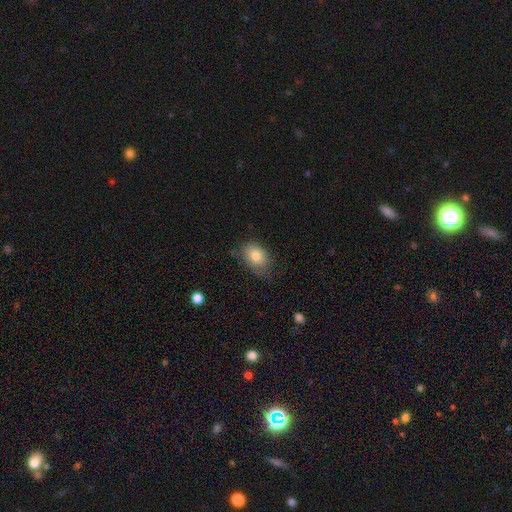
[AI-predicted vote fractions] A smooth galaxy with no disk features (79%) that is in between round and cigar-shaped (76%). Merging: none (65%).